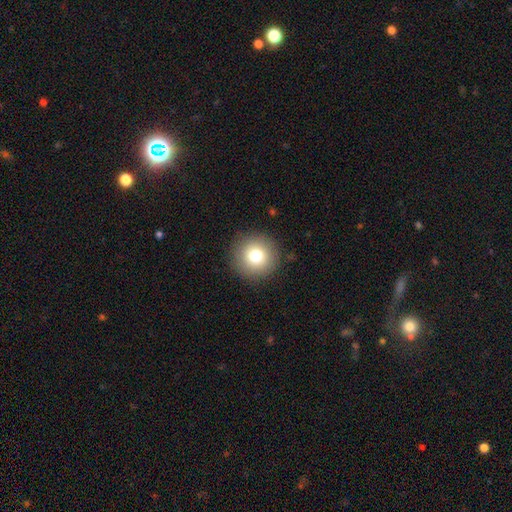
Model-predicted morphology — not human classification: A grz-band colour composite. It shows a smooth galaxy with no disk features (77%) that is round (95%). Merging: none (90%).